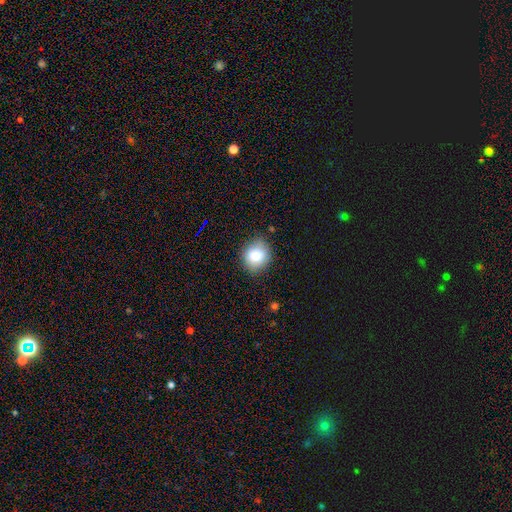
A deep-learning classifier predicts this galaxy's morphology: smooth-or-featured: smooth: 81% | star or artifact: 10% | featured or disk: 10%
  how-rounded: round: 75% | in between: 24% | cigar-shaped: 1%
  merging: none: 80% | minor disturbance: 15% | major disturbance: 3% | merger: 1%